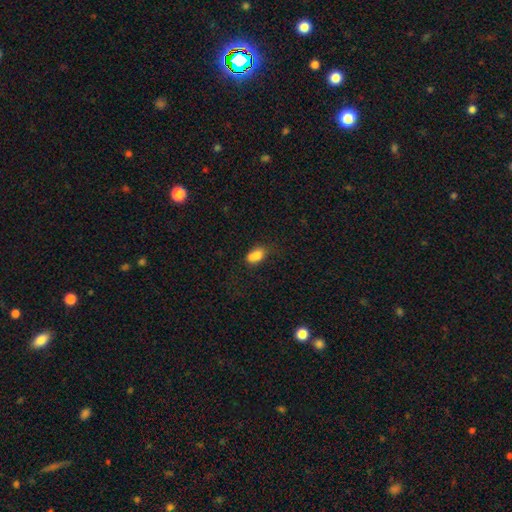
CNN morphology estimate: This appears to be a smooth galaxy with no disk features (79%) that is in between round and cigar-shaped (82%). Merging: none (42%).